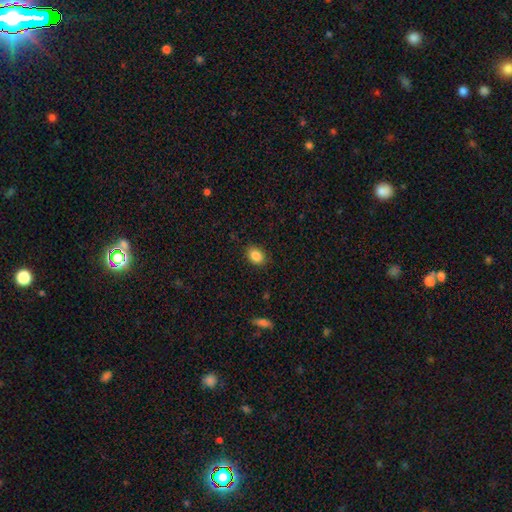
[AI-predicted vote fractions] Morphology: type=smooth (85%); roundness=in between (63%); merging=none (88%).